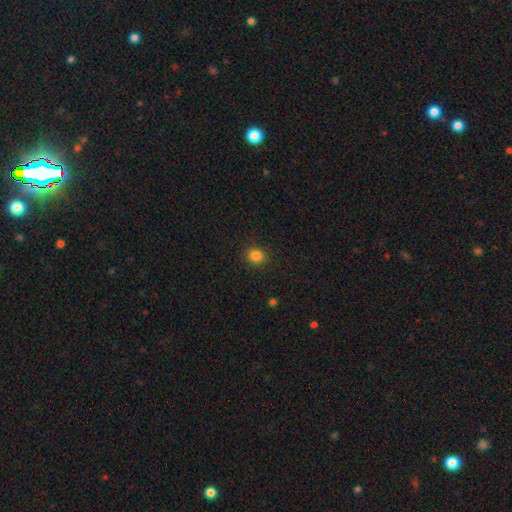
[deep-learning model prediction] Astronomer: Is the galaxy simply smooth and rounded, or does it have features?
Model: smooth — 84%.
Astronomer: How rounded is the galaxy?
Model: round — 76%.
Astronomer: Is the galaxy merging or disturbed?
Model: none — 89%.